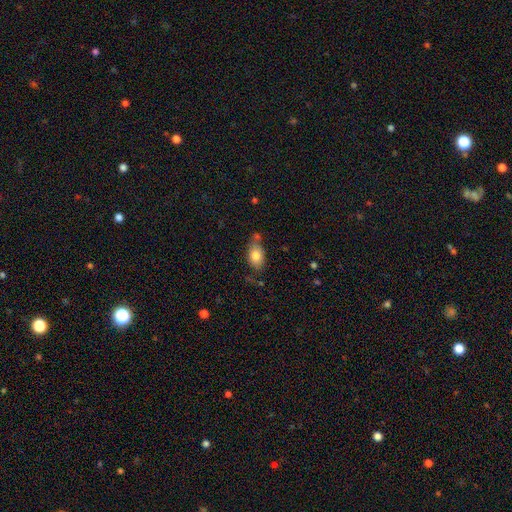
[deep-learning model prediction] Smooth or featured: smooth — 78% (featured or disk — 14%)
How rounded: in between — 86% (round — 12%)
Merging: none — 61% (minor disturbance — 21%)